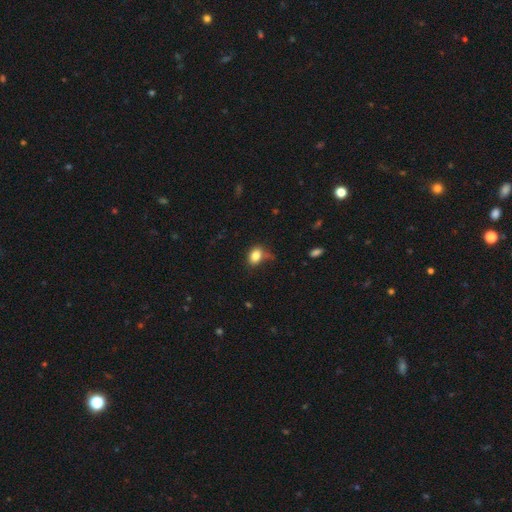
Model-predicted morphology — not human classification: Smooth or featured?
  - smooth: 83% *
  - star or artifact: 10%
  - featured or disk: 7%
How rounded?
  - in between: 72% *
  - round: 26%
  - cigar-shaped: 1%
Merging?
  - none: 61% *
  - minor disturbance: 25%
  - major disturbance: 8%
  - merger: 6%